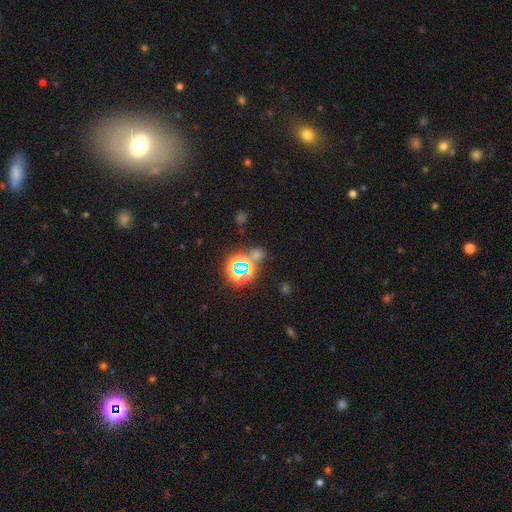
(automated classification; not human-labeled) This is likely a star or artifact rather than a galaxy (63%).